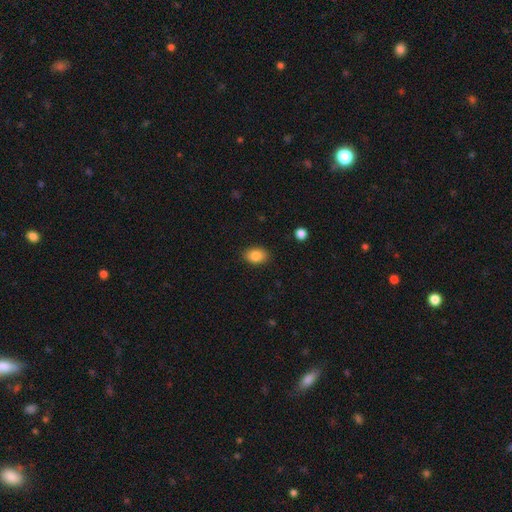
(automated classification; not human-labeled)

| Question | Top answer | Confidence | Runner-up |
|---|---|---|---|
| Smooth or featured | smooth | 85% | star or artifact (8%) |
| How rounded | in between | 75% | round (24%) |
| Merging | none | 87% | minor disturbance (9%) |